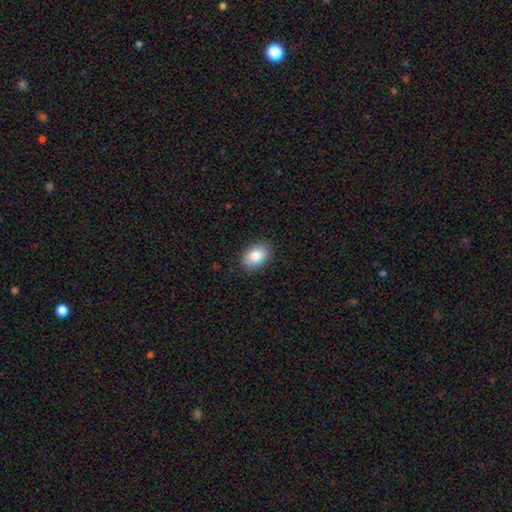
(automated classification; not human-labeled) Smooth or featured? Predicted: smooth (p=0.85). How rounded? Predicted: in between (p=0.79). Merging? Predicted: none (p=0.87).